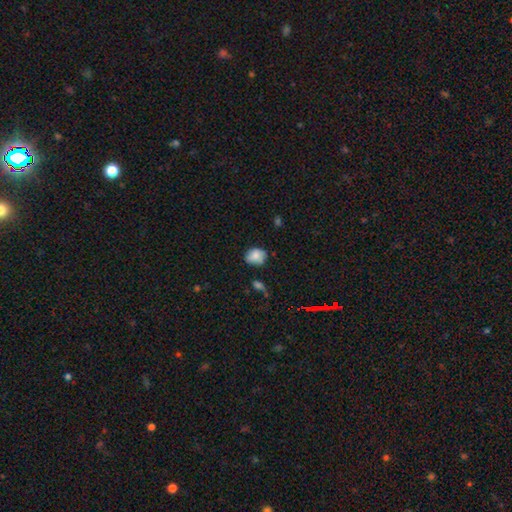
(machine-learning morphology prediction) smooth 82%, featured or disk 9%, star or artifact 8%. Down the decision tree: how rounded — round (55%); merging — none (68%).